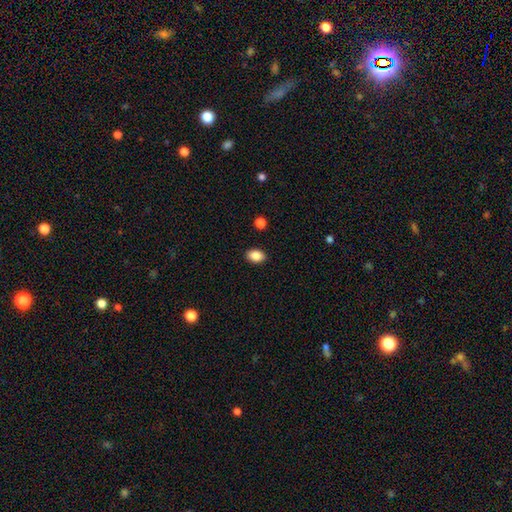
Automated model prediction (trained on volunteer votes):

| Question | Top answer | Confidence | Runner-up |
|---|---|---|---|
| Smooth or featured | smooth | 86% | star or artifact (9%) |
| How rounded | in between | 81% | round (18%) |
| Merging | none | 90% | minor disturbance (7%) |